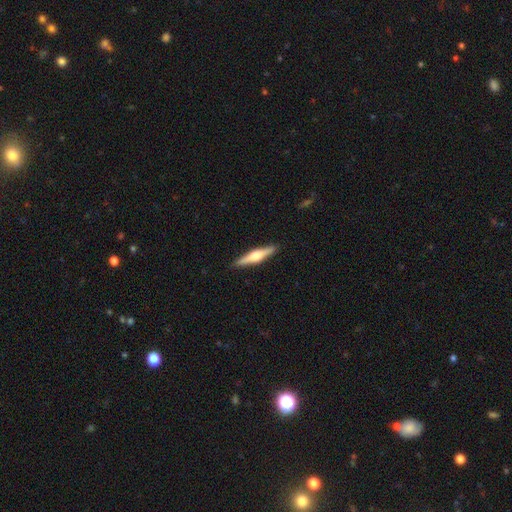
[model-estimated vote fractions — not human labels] A featured or disk galaxy (61%) viewed edge-on (97%) with a rounded central bulge (83%).

Vote fractions:
- Smooth or featured? featured or disk: 61% / smooth: 34% / star or artifact: 5%
- Edge-on disk? yes: 97% / no: 3%
- Edge-on bulge? rounded: 83% / boxy: 11% / none: 5%
- Merging? none: 91% / minor disturbance: 7% / major disturbance: 1% / merger: 1%